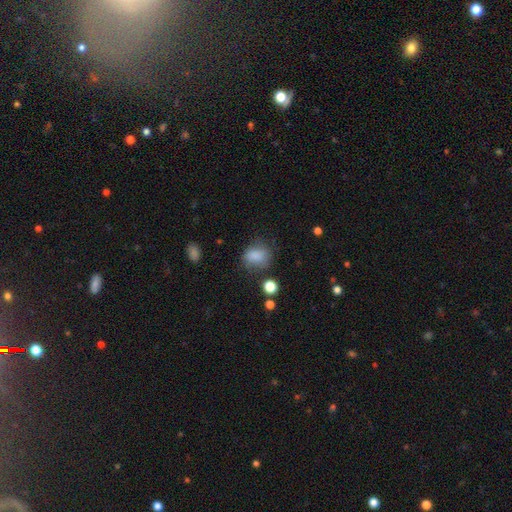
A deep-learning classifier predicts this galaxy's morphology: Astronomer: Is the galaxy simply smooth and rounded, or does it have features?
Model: smooth — 81%.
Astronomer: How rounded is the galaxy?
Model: in between — 54% (runner-up: round, 45%).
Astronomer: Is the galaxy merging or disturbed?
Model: none — 59%.